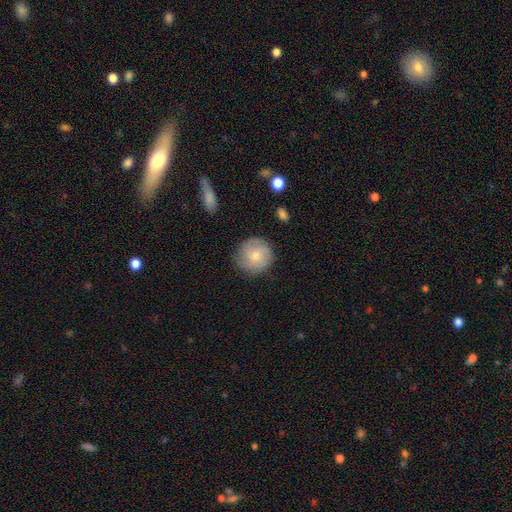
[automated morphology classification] This is likely a smooth galaxy (69%). How rounded: clearly round (93%). Merging: clearly none (82%).